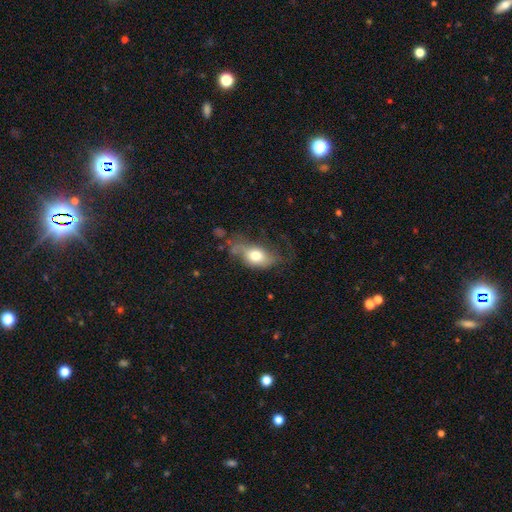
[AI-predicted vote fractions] Smooth or featured: smooth — 62% (featured or disk — 30%)
How rounded: in between — 83% (round — 12%)
Merging: none — 37% (minor disturbance — 30%)